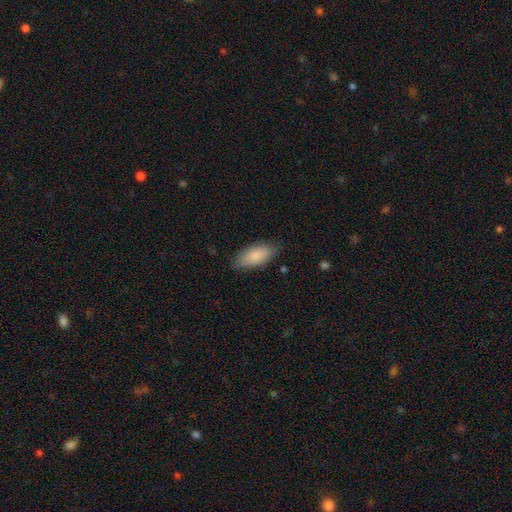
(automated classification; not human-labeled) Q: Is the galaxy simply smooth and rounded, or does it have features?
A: smooth — 86%.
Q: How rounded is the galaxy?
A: in between — 86%.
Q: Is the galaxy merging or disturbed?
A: none — 81%.